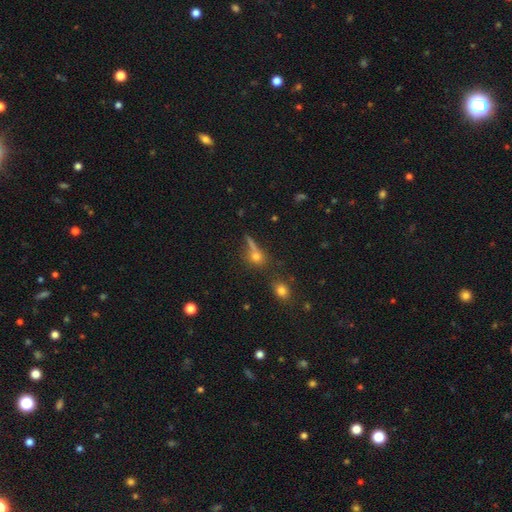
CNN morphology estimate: Smooth or featured? smooth (53%)
How rounded? round (50%)
Merging? none (55%)